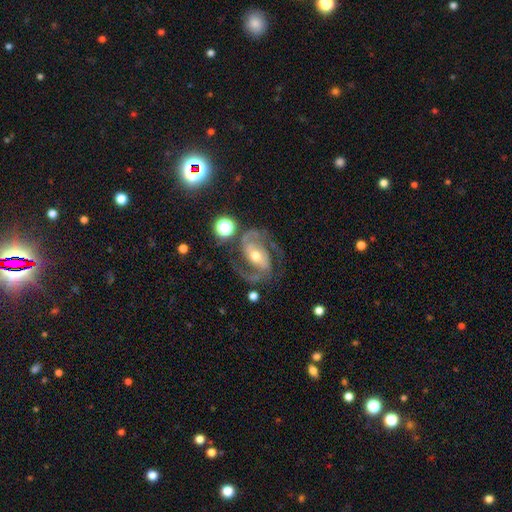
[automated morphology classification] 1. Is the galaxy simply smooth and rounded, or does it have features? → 89% featured or disk, 6% star or artifact, 5% smooth.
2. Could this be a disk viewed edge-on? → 97% no, 3% yes.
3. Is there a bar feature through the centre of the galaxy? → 39% strong, 35% weak, 26% no.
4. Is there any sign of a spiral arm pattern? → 97% yes, 3% no.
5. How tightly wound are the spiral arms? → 61% medium, 23% tight, 16% loose.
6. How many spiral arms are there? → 92% 2, 2% can't tell, 2% 3, 1% 1, 1% 4, 1% more than 4.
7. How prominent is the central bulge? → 61% moderate, 33% small, 4% large, 1% none, 1% dominant.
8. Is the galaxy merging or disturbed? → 75% none, 14% minor disturbance, 9% major disturbance, 3% merger.